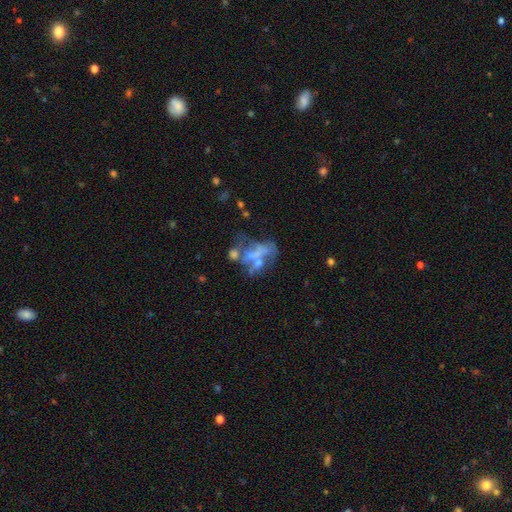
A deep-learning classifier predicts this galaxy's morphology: Q: Smooth or featured?
A: featured or disk (57%); runner-up: smooth (27%)
Q: Edge-on disk?
A: no (97%); runner-up: yes (3%)
Q: Bar?
A: no (88%); runner-up: weak (8%)
Q: Spiral arms?
A: no (91%); runner-up: yes (9%)
Q: Bulge size?
A: none (59%); runner-up: small (21%)
Q: Merging?
A: merger (37%); runner-up: major disturbance (28%)